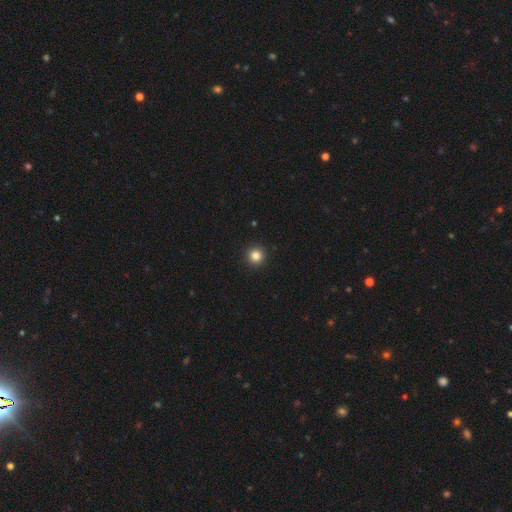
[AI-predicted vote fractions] A smooth galaxy with no disk features (84%) that is round (96%).

Vote fractions:
- Smooth or featured? smooth: 84% / star or artifact: 12% / featured or disk: 4%
- How rounded? round: 96% / in between: 3% / cigar-shaped: 1%
- Merging? none: 94% / minor disturbance: 4% / major disturbance: 1% / merger: 1%